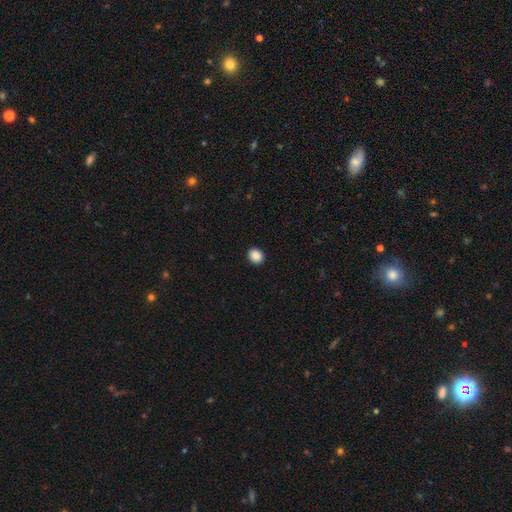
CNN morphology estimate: Smooth or featured? Predicted: smooth (p=0.89). How rounded? Predicted: round (p=0.65). Merging? Predicted: none (p=0.92).